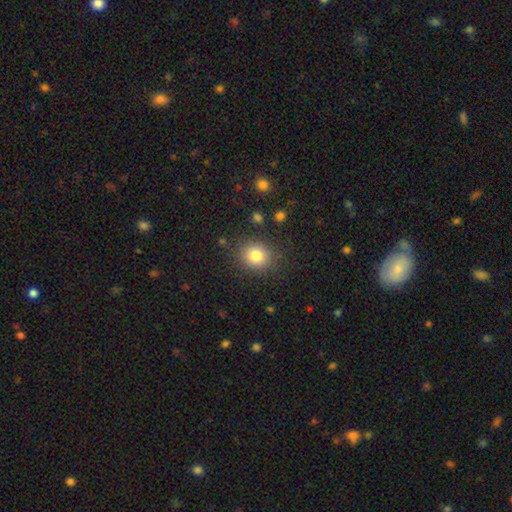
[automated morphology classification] Smooth or featured? smooth (81%)
How rounded? round (75%)
Merging? none (86%)